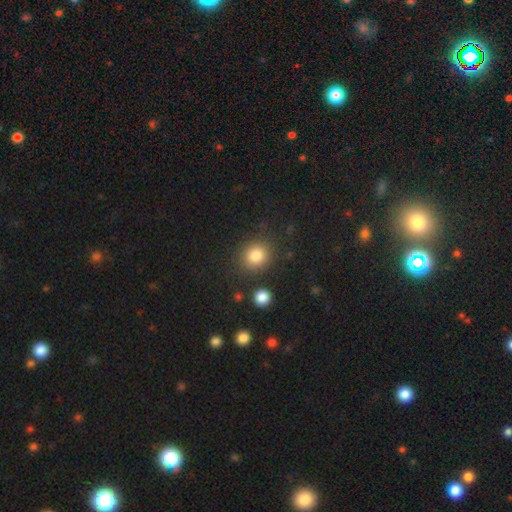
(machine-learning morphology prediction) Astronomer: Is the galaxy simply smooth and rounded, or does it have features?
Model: smooth — 83%.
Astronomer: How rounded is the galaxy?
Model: round — 77%.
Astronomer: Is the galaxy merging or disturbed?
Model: none — 83%.